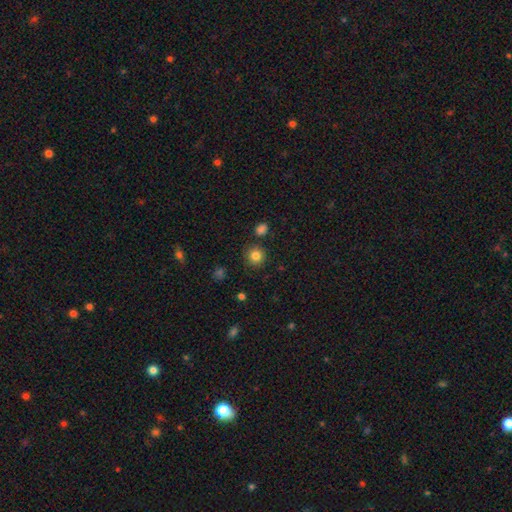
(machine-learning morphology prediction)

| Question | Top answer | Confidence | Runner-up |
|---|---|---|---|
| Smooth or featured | smooth | 83% | star or artifact (11%) |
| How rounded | round | 91% | in between (8%) |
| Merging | none | 85% | minor disturbance (9%) |